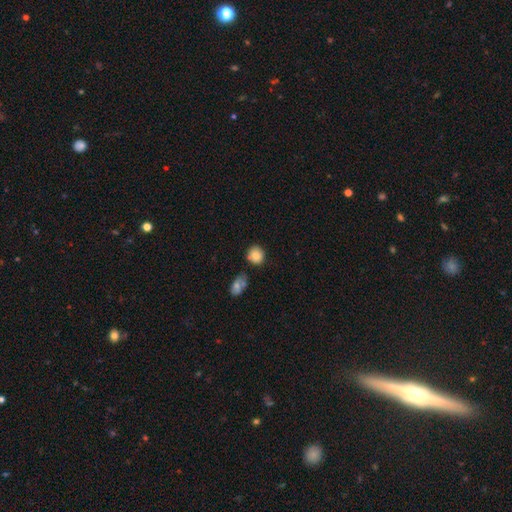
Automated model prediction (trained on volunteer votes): This is clearly a smooth galaxy (85%). How rounded: clearly round (84%). Merging: likely none (75%).